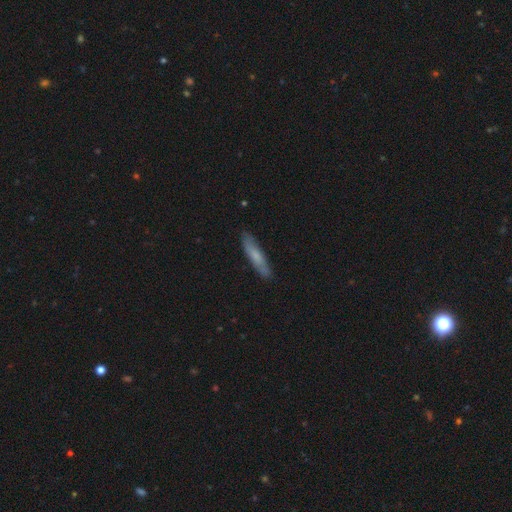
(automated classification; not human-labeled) Smooth or featured?
  - smooth: 64% *
  - featured or disk: 30%
  - star or artifact: 6%
How rounded?
  - cigar-shaped: 86% *
  - in between: 12%
  - round: 1%
Merging?
  - none: 85% *
  - minor disturbance: 12%
  - major disturbance: 2%
  - merger: 1%